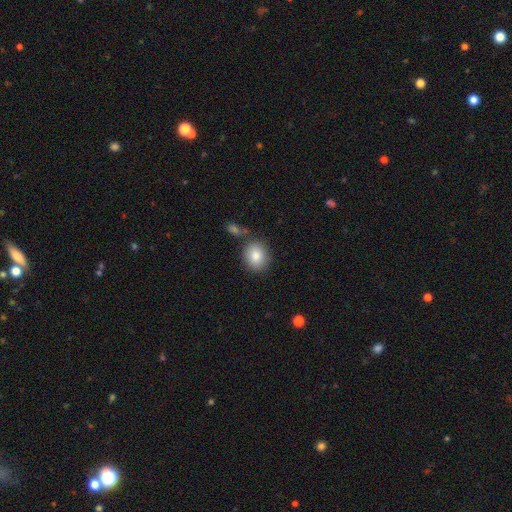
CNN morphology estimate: smooth 84%, star or artifact 8%, featured or disk 8%. Down the decision tree: how rounded — round (65%); merging — none (76%).